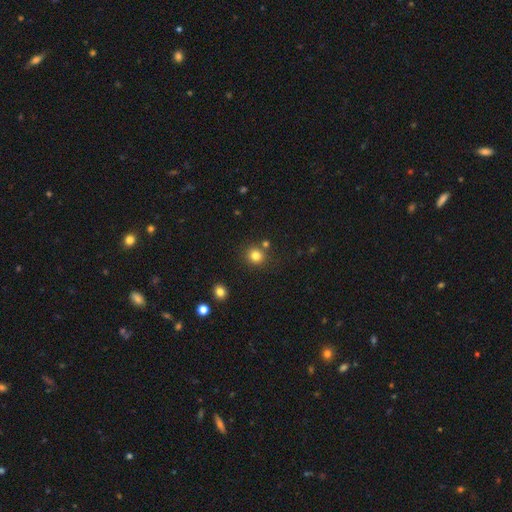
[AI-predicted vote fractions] smooth-or-featured: smooth: 81% | star or artifact: 13% | featured or disk: 6%
  how-rounded: round: 88% | in between: 11% | cigar-shaped: 1%
  merging: none: 80% | merger: 9% | minor disturbance: 8% | major disturbance: 3%